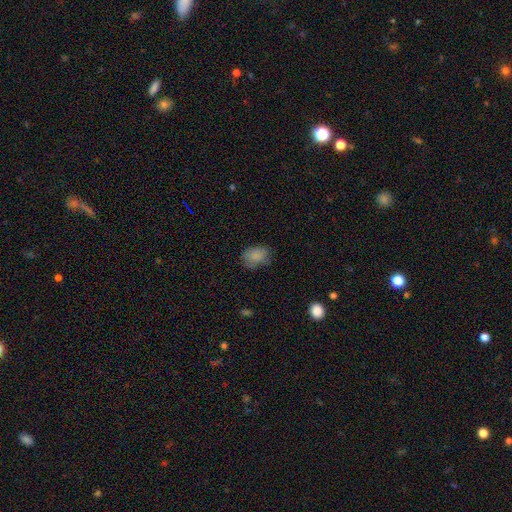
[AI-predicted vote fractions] This is clearly a smooth galaxy (83%). How rounded: likely in between (65%). Merging: likely none (64%).